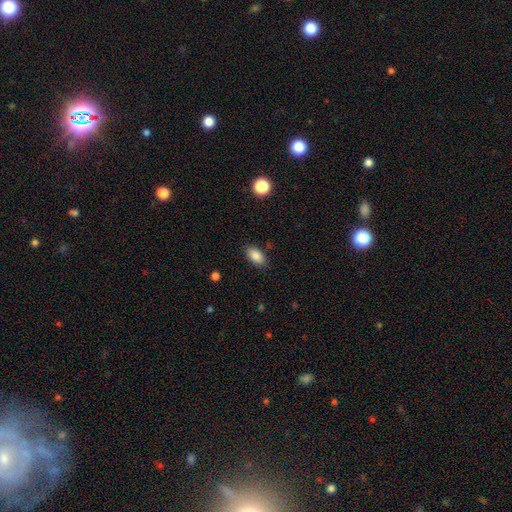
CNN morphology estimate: This appears to be a smooth galaxy with no disk features (87%) that is in between round and cigar-shaped (92%). Merging: none (86%).